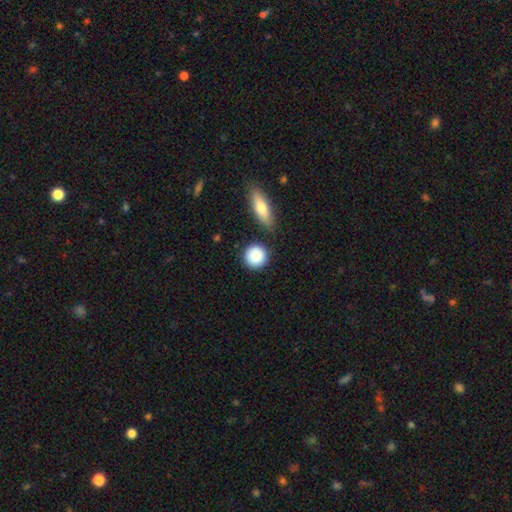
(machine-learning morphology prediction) The model was most divided on "merging": none: 83%, minor disturbance: 9%, merger: 6%, major disturbance: 3%. More confident: how rounded — round (90%); smooth or featured — smooth (88%).